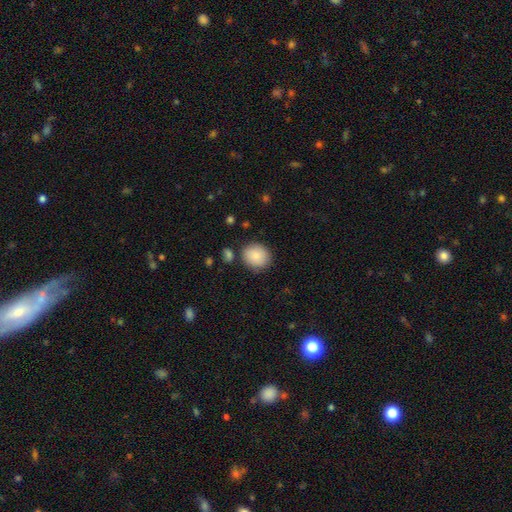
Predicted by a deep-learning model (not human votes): Morphology: type=smooth (87%); roundness=round (79%); merging=none (82%).